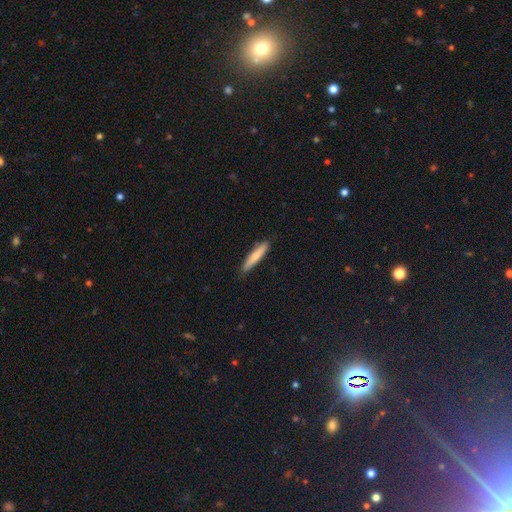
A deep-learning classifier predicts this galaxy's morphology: type=smooth (78%); roundness=cigar-shaped (90%); merging=none (84%).